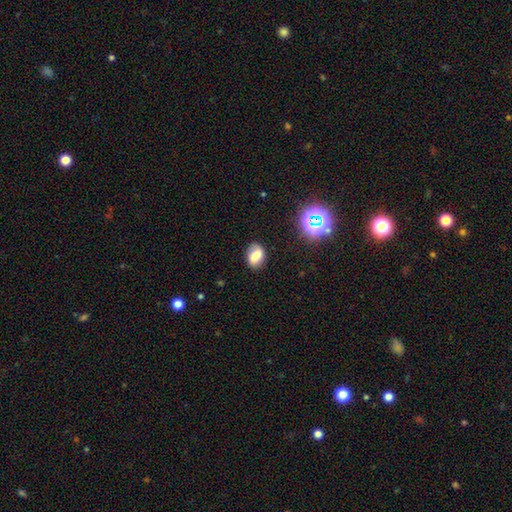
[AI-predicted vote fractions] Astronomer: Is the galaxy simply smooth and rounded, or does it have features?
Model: smooth — 68%.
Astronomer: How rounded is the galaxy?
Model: in between — 76%.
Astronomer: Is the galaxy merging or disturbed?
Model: none — 78%.